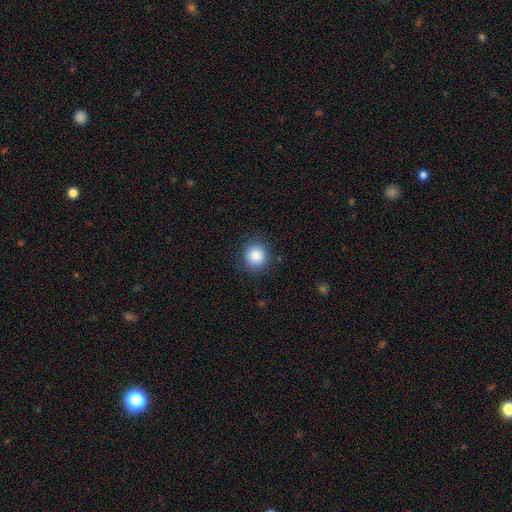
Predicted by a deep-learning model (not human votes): Smooth or featured? smooth (87%)
How rounded? round (91%)
Merging? none (87%)